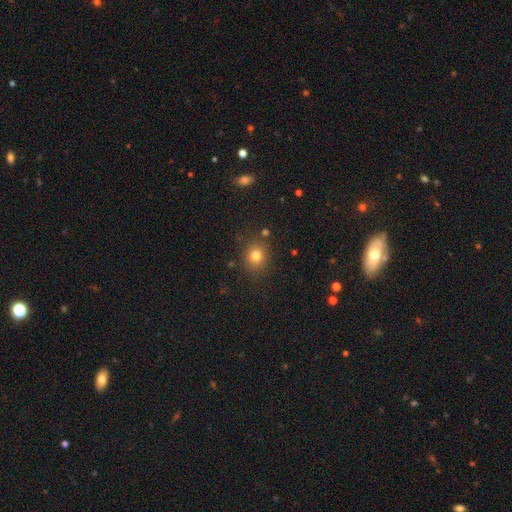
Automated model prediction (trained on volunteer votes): Smooth or featured: smooth — 79% (star or artifact — 14%)
How rounded: round — 68% (in between — 31%)
Merging: none — 83% (minor disturbance — 11%)